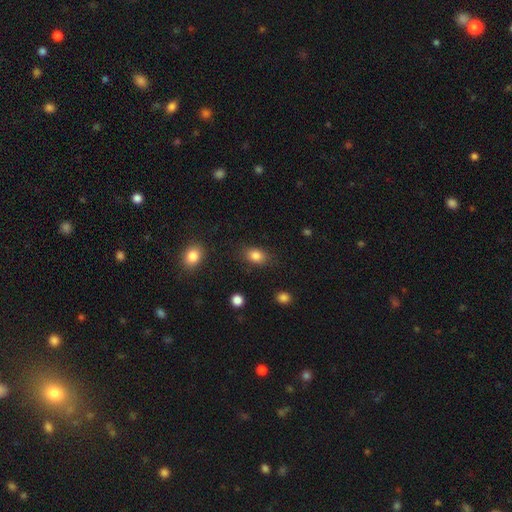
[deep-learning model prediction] Smooth or featured? Predicted: smooth (p=0.84). How rounded? Predicted: in between (p=0.73). Merging? Predicted: none (p=0.81).